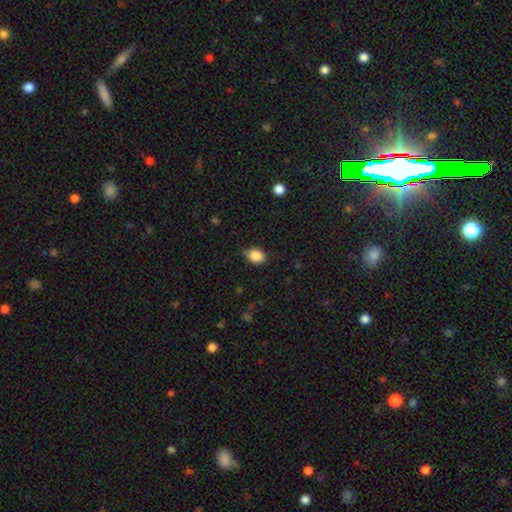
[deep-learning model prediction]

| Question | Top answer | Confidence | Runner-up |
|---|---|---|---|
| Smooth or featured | smooth | 88% | star or artifact (8%) |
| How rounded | in between | 67% | round (32%) |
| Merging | none | 79% | minor disturbance (17%) |